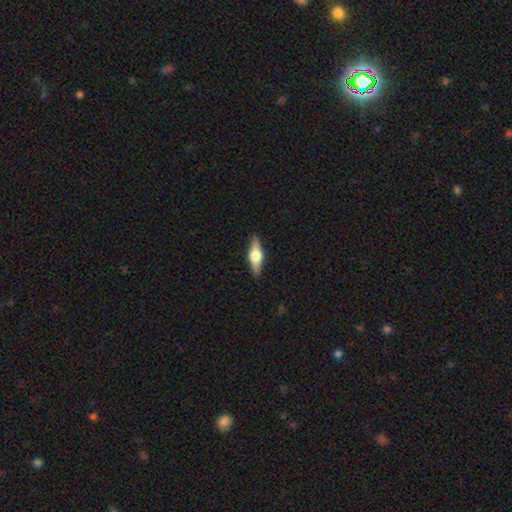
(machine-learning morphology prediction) A featured or disk galaxy (64%) viewed edge-on (96%) with a rounded central bulge (93%).

Vote fractions:
- Smooth or featured? featured or disk: 64% / smooth: 30% / star or artifact: 6%
- Edge-on disk? yes: 96% / no: 4%
- Edge-on bulge? rounded: 93% / boxy: 5% / none: 1%
- Merging? none: 89% / minor disturbance: 8% / major disturbance: 2% / merger: 1%